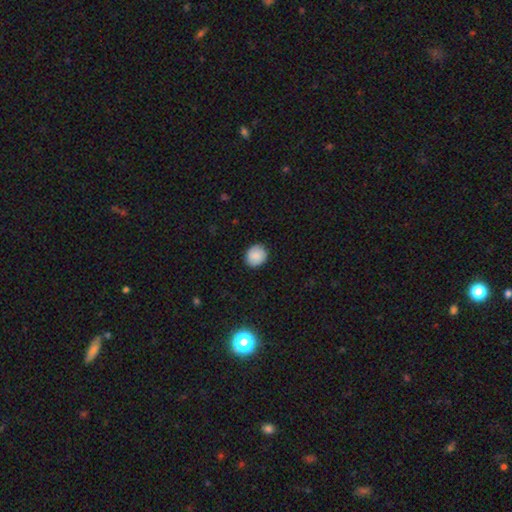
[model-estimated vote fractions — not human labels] Smooth or featured?
  - smooth: 86% *
  - star or artifact: 8%
  - featured or disk: 6%
How rounded?
  - round: 80% *
  - in between: 19%
  - cigar-shaped: 1%
Merging?
  - none: 89% *
  - minor disturbance: 8%
  - major disturbance: 2%
  - merger: 1%